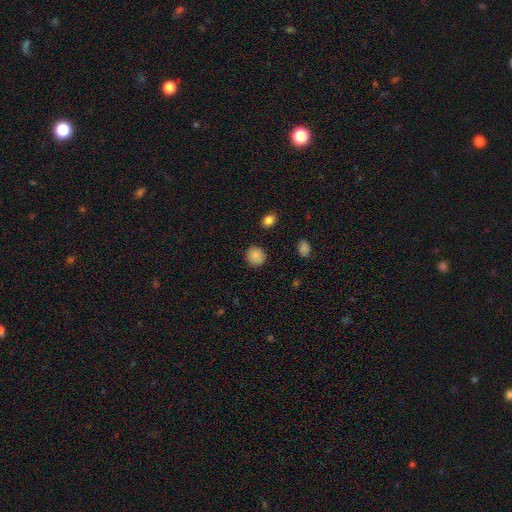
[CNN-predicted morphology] Smooth or featured: smooth — 86% (star or artifact — 9%)
How rounded: round — 86% (in between — 13%)
Merging: none — 87% (minor disturbance — 9%)